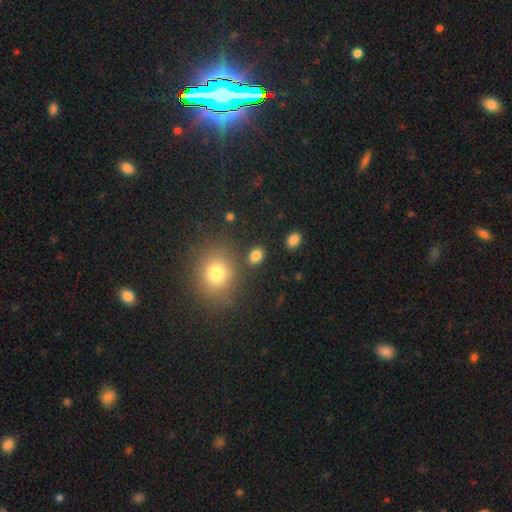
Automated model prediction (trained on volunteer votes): smooth 82%, star or artifact 12%, featured or disk 5%. Down the decision tree: how rounded — in between (67%); merging — none (83%).